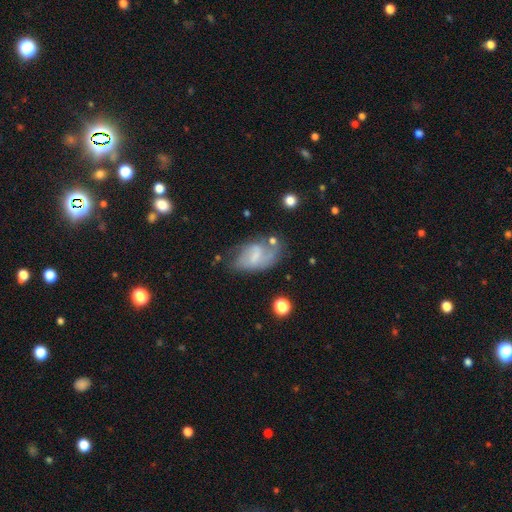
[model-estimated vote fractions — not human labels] The model was most divided on "bulge size": small: 37%, none: 34%, moderate: 23%, large: 4%, dominant: 1%. Remaining: edge-on disk — no (95%); spiral arms — yes (70%); smooth or featured — featured or disk (55%); bar — weak (53%); merging — none (46%).